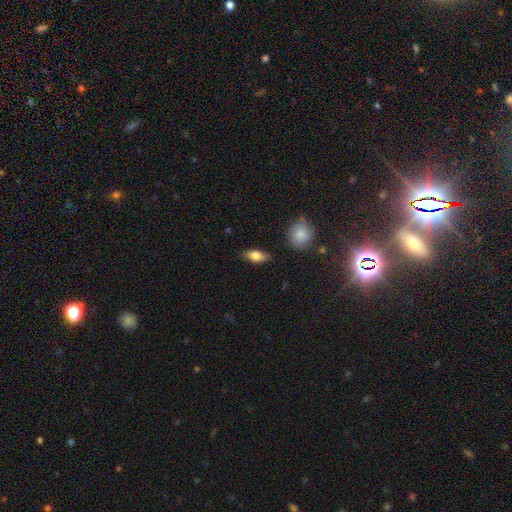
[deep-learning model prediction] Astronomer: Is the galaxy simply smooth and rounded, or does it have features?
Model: smooth — 73%.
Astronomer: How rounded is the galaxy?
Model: in between — 82%.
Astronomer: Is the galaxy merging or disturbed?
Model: none — 83%.